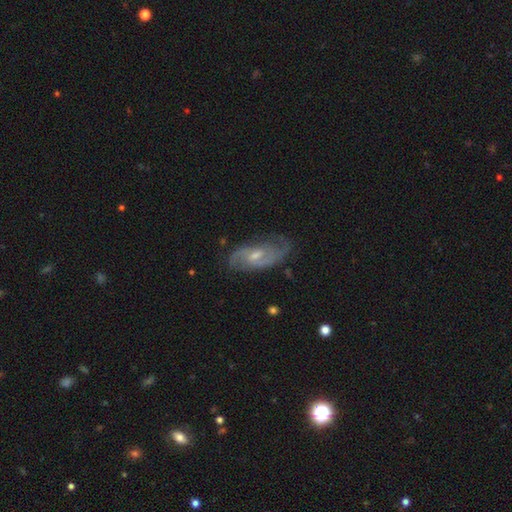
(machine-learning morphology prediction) smooth-or-featured: featured or disk: 81% | smooth: 12% | star or artifact: 7%
  disk-edge-on: no: 93% | yes: 7%
    bar: weak: 53% | no: 36% | strong: 11%
    has-spiral-arms: yes: 94% | no: 6%
      spiral-winding: medium: 48% | tight: 28% | loose: 24%
      spiral-arm-count: 2: 76% | can't tell: 13% | 3: 5% | 1: 3% | 4: 2% | more than 4: 2%
    bulge-size: small: 52% | moderate: 41% | none: 4% | large: 2% | dominant: 1%
  merging: none: 74% | minor disturbance: 18% | major disturbance: 6% | merger: 1%